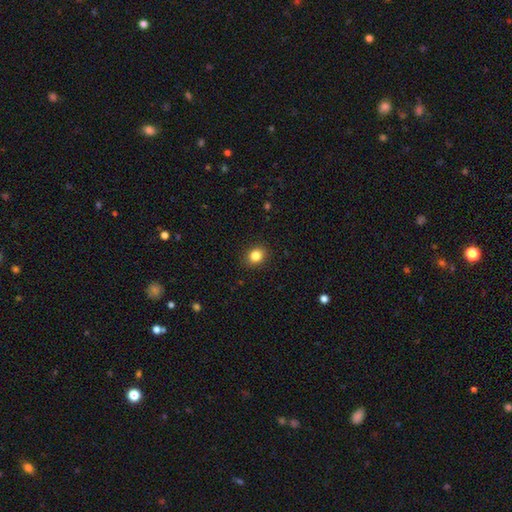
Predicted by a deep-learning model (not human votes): smooth 83%, star or artifact 11%, featured or disk 6%. Down the decision tree: how rounded — round (64%); merging — none (89%).